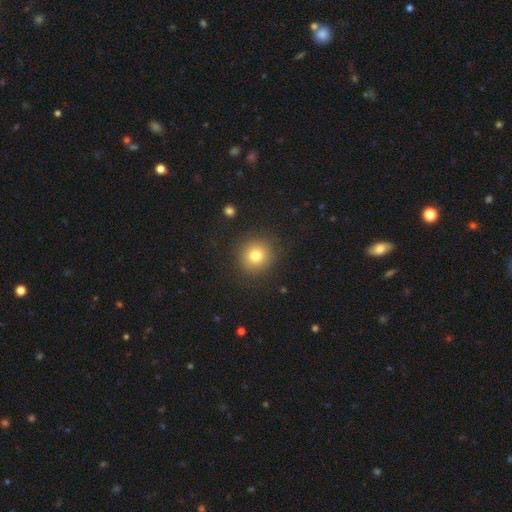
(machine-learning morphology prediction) Q: Smooth or featured?
A: smooth (79%); runner-up: star or artifact (12%)
Q: How rounded?
A: round (91%); runner-up: in between (8%)
Q: Merging?
A: none (88%); runner-up: minor disturbance (7%)